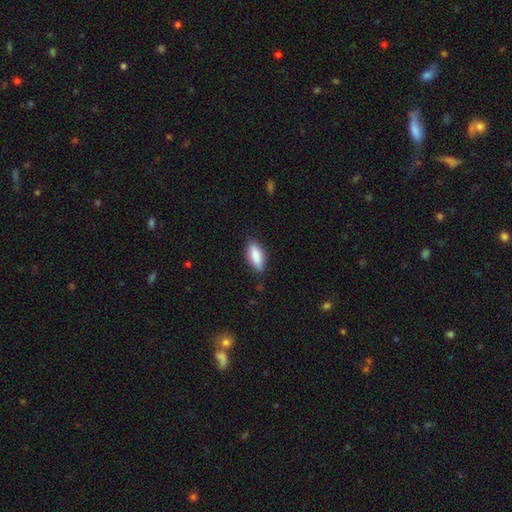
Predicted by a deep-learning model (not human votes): smooth_or_featured: smooth (p=0.82) [alt: featured or disk p=0.12]
how_rounded: in between (p=0.76) [alt: cigar-shaped p=0.22]
merging: none (p=0.80) [alt: minor disturbance p=0.16]